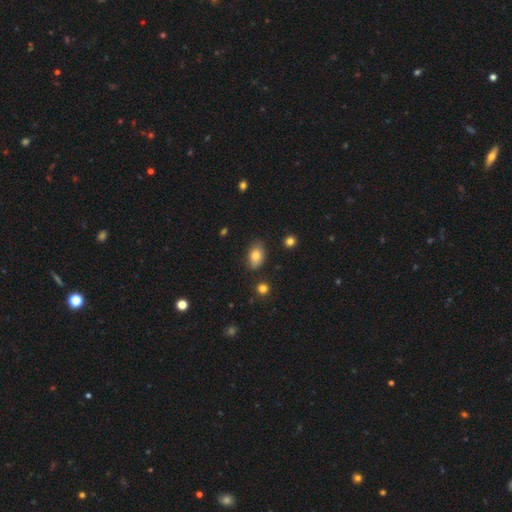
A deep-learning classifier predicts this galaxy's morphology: A smooth galaxy with no disk features (79%) that is in between round and cigar-shaped (86%).

Vote fractions:
- Smooth or featured? smooth: 79% / featured or disk: 12% / star or artifact: 9%
- How rounded? in between: 86% / round: 11% / cigar-shaped: 2%
- Merging? none: 71% / minor disturbance: 22% / major disturbance: 4% / merger: 2%